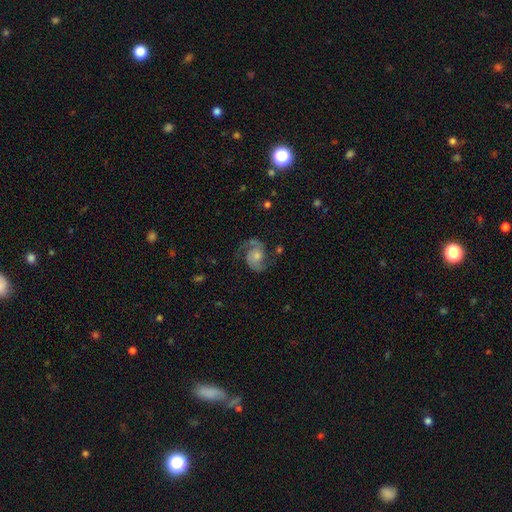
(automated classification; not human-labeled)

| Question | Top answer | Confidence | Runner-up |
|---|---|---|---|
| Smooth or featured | featured or disk | 84% | smooth (9%) |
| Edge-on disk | no | 98% | yes (2%) |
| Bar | no | 68% | weak (27%) |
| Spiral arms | yes | 96% | no (4%) |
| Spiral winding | medium | 55% | loose (29%) |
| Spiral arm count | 2 | 92% | can't tell (3%) |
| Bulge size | moderate | 44% | small (37%) |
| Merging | none | 71% | minor disturbance (16%) |